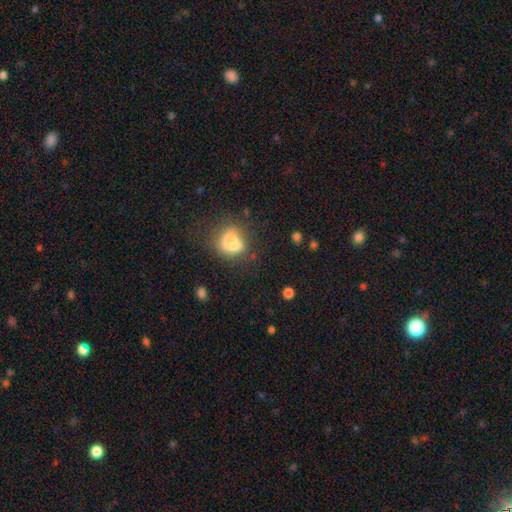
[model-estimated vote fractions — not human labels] This is likely a smooth galaxy (68%). How rounded: likely round (70%). Merging: likely none (79%).